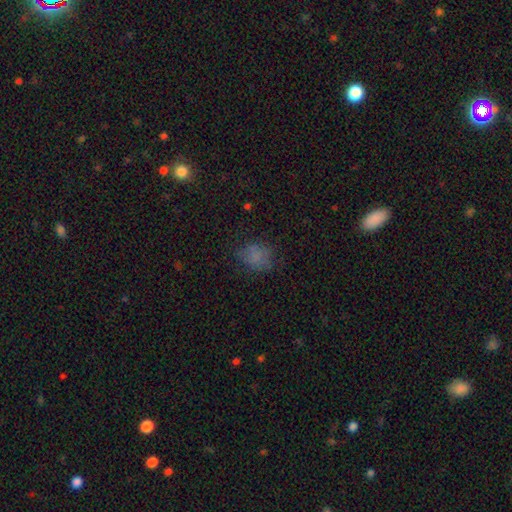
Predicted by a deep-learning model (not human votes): The model was most divided on "how rounded": round: 51%, in between: 48%, cigar-shaped: 1%. More confident: smooth or featured — smooth (71%); merging — none (65%).